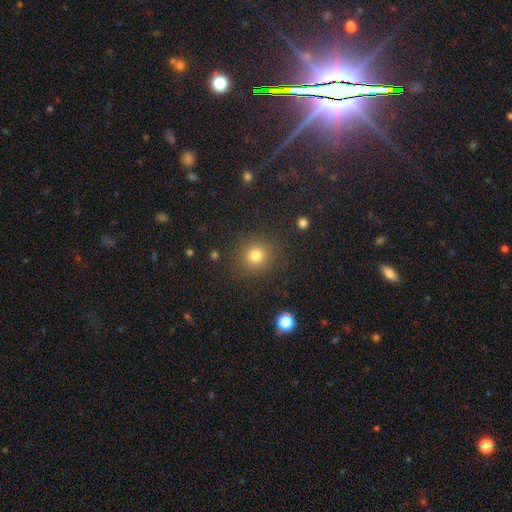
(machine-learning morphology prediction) Overall: smooth (79%). How rounded: round (92%). Merging: none (89%).